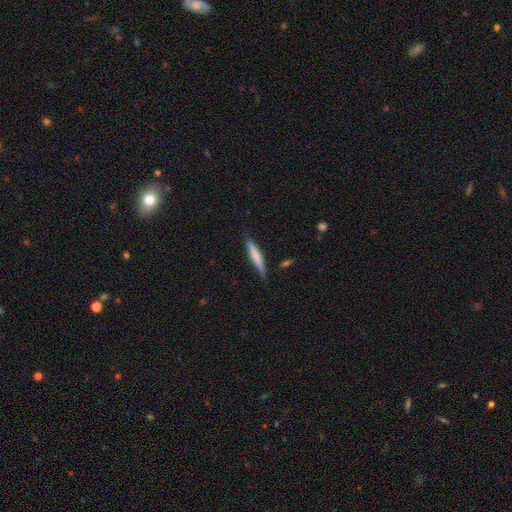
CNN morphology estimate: The model was most divided on "smooth or featured": smooth: 62%, featured or disk: 32%, star or artifact: 6%. More confident: how rounded — cigar-shaped (90%); merging — none (80%).